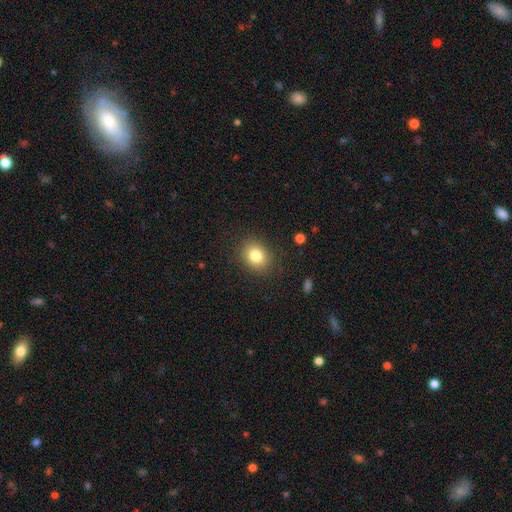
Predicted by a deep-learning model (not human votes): This appears to be a smooth galaxy with no disk features (81%) that is round (58%). Merging: none (86%).